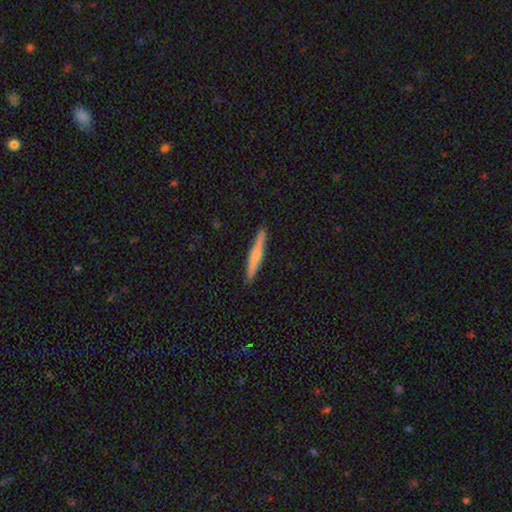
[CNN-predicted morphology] smooth_or_featured: smooth (p=0.59) [alt: featured or disk p=0.36]
how_rounded: cigar-shaped (p=0.95) [alt: in between p=0.03]
merging: none (p=0.91) [alt: minor disturbance p=0.07]